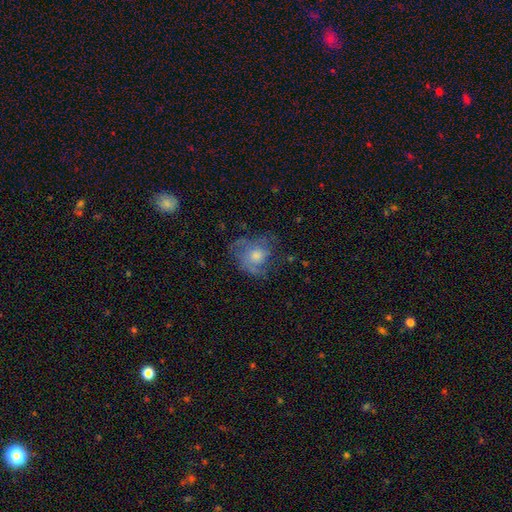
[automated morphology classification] Overall: featured or disk (56%; smooth 34%). Edge-on disk: no (97%). Bar: no (82%). Spiral arms: yes (72%). Bulge size: moderate (54%; small 31%). Merging: none (56%; minor disturbance 23%).